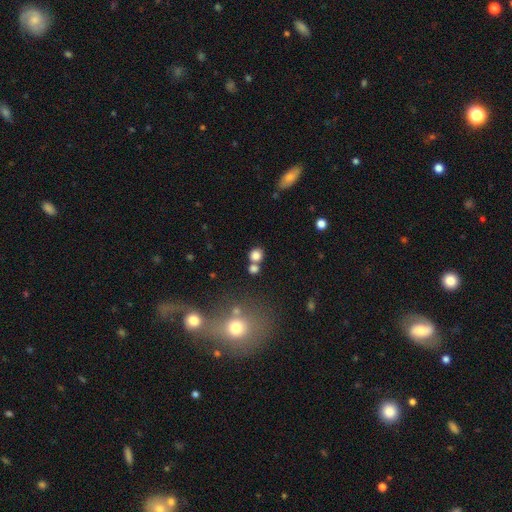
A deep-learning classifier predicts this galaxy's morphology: Smooth or featured? smooth (78%)
How rounded? round (82%)
Merging? none (60%)